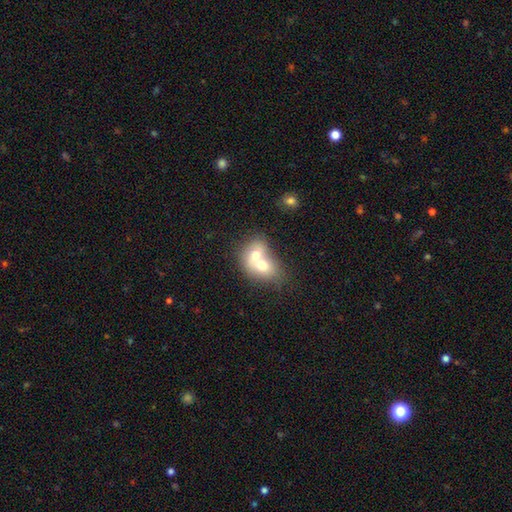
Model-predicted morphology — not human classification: smooth_or_featured: smooth (p=0.65) [alt: featured or disk p=0.27]
how_rounded: in between (p=0.54) [alt: round p=0.45]
merging: merger (p=0.79) [alt: none p=0.14]